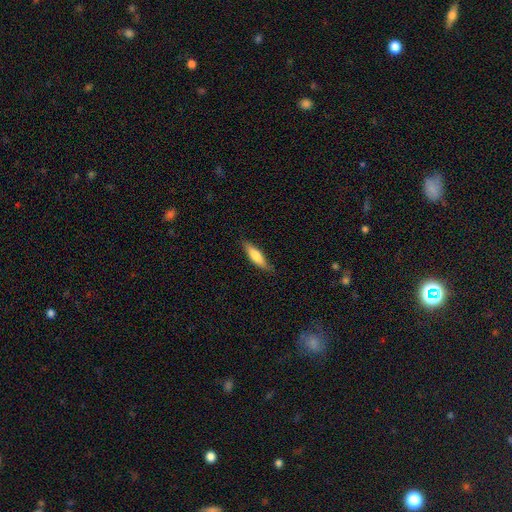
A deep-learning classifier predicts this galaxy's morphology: Smooth or featured: smooth — 74% (featured or disk — 21%)
How rounded: cigar-shaped — 65% (in between — 34%)
Merging: none — 80% (minor disturbance — 16%)